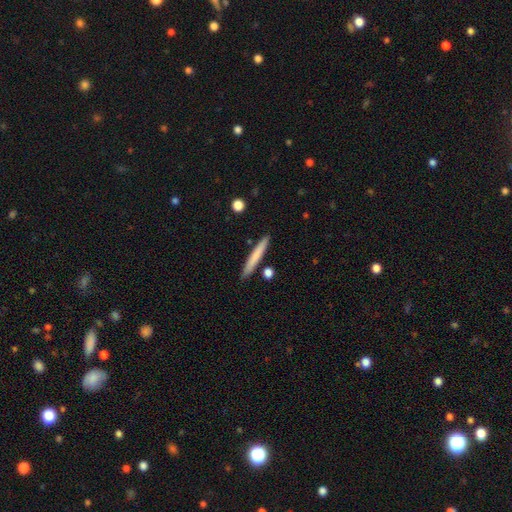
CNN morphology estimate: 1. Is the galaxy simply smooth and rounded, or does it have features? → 73% smooth, 21% featured or disk, 6% star or artifact.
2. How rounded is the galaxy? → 96% cigar-shaped, 3% in between, 1% round.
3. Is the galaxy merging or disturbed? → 87% none, 8% minor disturbance, 3% merger, 2% major disturbance.